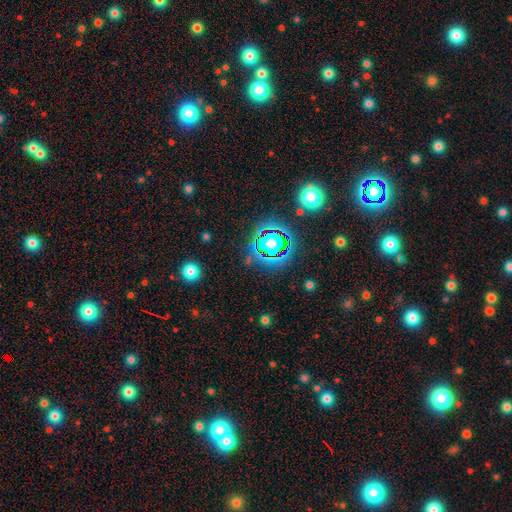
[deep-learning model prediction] Overall: star or artifact (73%).